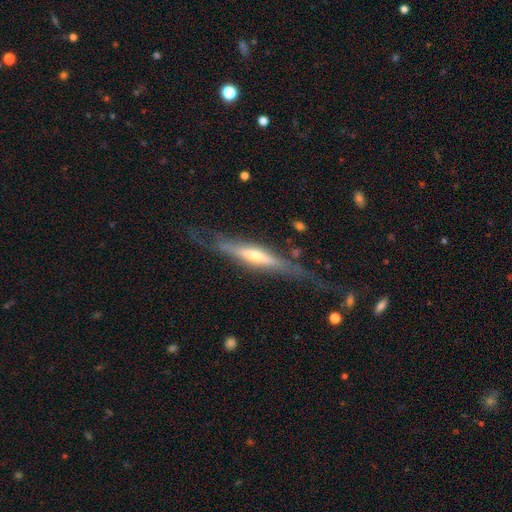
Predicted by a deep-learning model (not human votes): Morphology: type=featured or disk (76%); edge-on=yes (90%); edge-on bulge=rounded (71%); merging=none (68%).